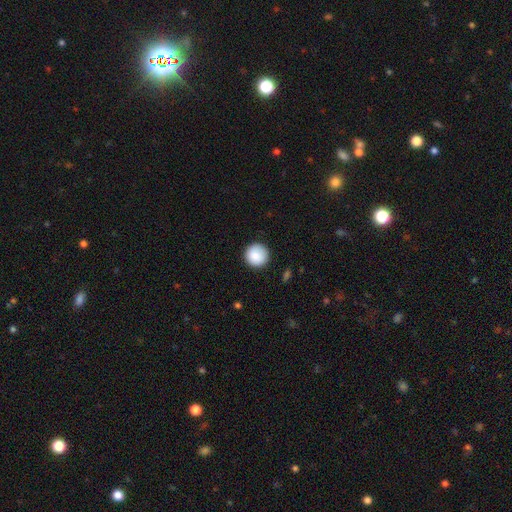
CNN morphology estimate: A smooth galaxy with no disk features (88%) that is round (96%). Merging: none (89%).